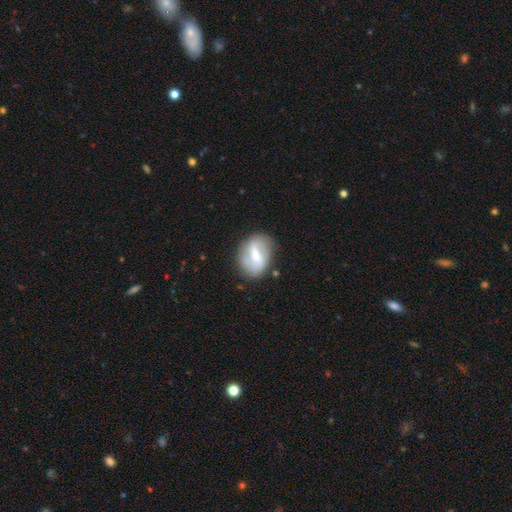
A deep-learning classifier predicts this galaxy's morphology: This appears to be a featured or disk galaxy (57%) with a strong bar (47%), spiral arms (56%) and a moderate central bulge (47%). Merging: none (73%).